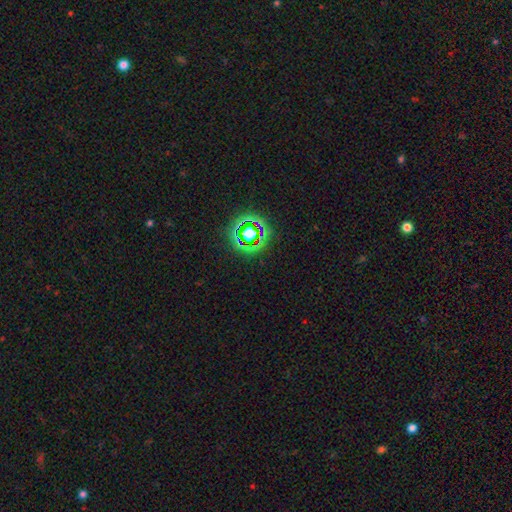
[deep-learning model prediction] Overall: star or artifact (76%).